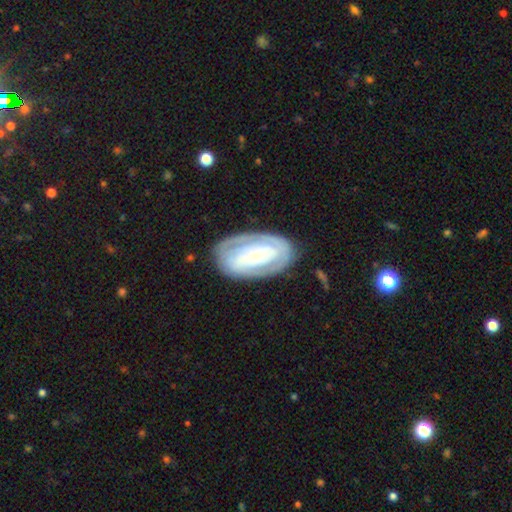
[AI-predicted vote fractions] Smooth or featured: featured or disk — 74% (smooth — 21%)
Edge-on disk: no — 94% (yes — 6%)
Bar: no — 66% (weak — 21%)
Spiral arms: yes — 70% (no — 30%)
Bulge size: small — 66% (moderate — 29%)
Merging: none — 77% (minor disturbance — 16%)